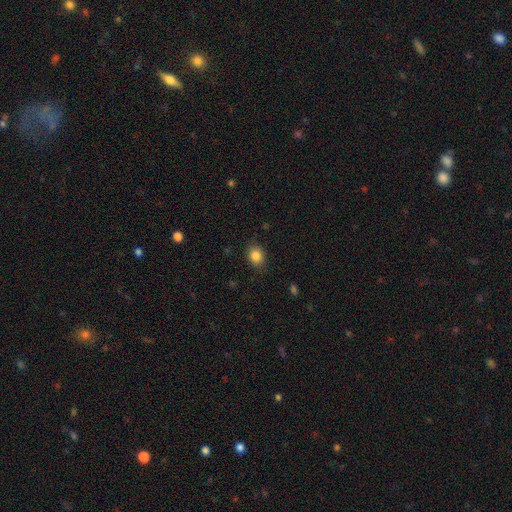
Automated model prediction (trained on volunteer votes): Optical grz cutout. It shows a smooth galaxy with no disk features (85%) that is in between round and cigar-shaped (57%). Merging: none (83%).